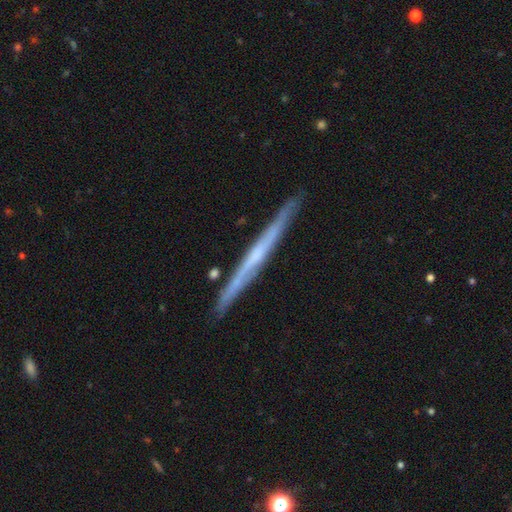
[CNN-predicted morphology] A featured or disk galaxy (66%) viewed edge-on (97%) with no central bulge (76%). Merging: none (90%).